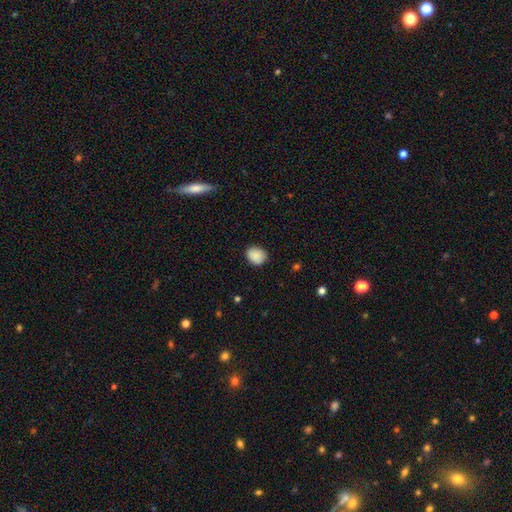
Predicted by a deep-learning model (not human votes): This appears to be a smooth galaxy with no disk features (87%) that is round (58%). Merging: none (82%).